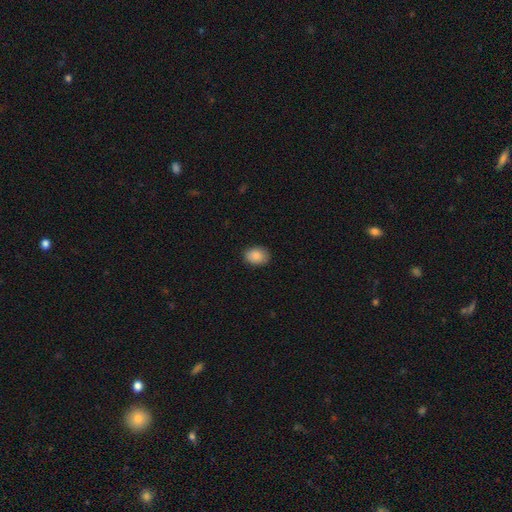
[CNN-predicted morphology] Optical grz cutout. It shows a smooth galaxy with no disk features (88%) that is in between round and cigar-shaped (65%). Merging: none (86%).